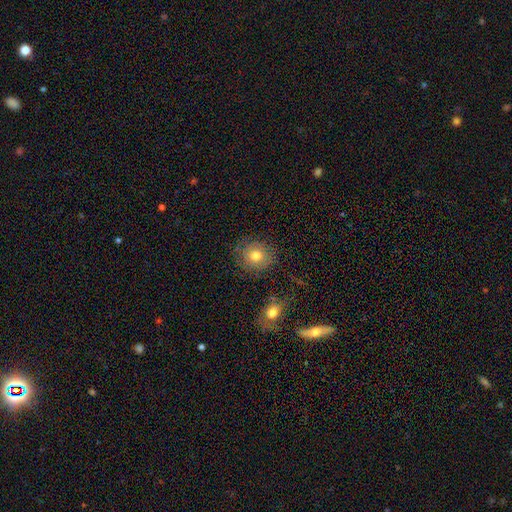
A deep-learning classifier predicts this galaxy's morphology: smooth-or-featured: smooth: 73% | featured or disk: 15% | star or artifact: 11%
  how-rounded: round: 82% | in between: 17% | cigar-shaped: 1%
  merging: none: 80% | minor disturbance: 13% | major disturbance: 4% | merger: 2%